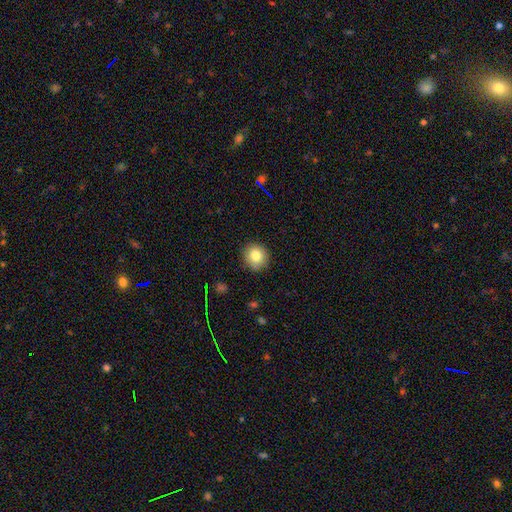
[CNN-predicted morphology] A smooth galaxy with no disk features (82%) that is round (88%).

Vote fractions:
- Smooth or featured? smooth: 82% / star or artifact: 10% / featured or disk: 8%
- How rounded? round: 88% / in between: 11% / cigar-shaped: 1%
- Merging? none: 87% / minor disturbance: 9% / major disturbance: 2% / merger: 1%